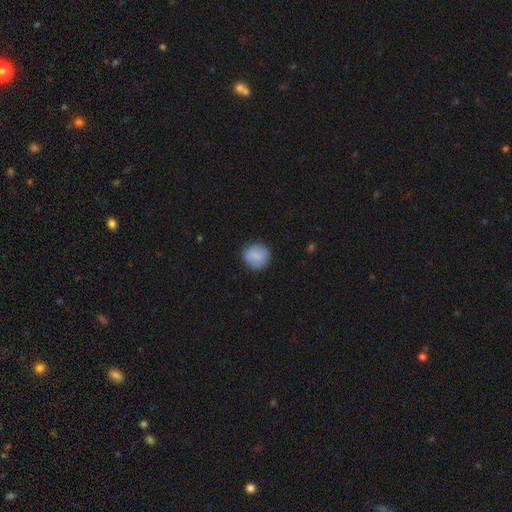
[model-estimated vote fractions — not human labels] smooth_or_featured: smooth (p=0.78) [alt: featured or disk p=0.15]
how_rounded: round (p=0.91) [alt: in between p=0.08]
merging: none (p=0.85) [alt: minor disturbance p=0.11]